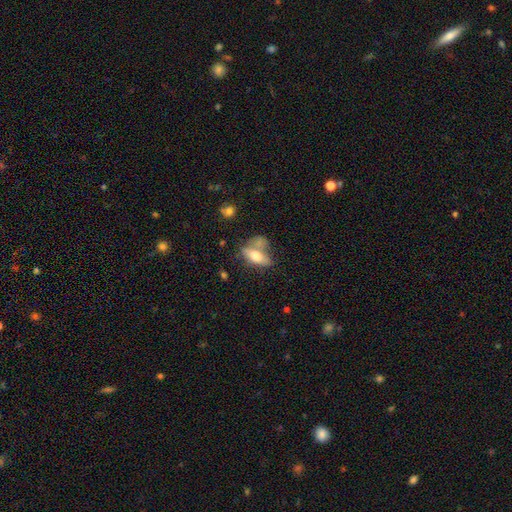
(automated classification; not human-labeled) Smooth or featured? smooth (61%)
How rounded? in between (76%)
Merging? none (36%)